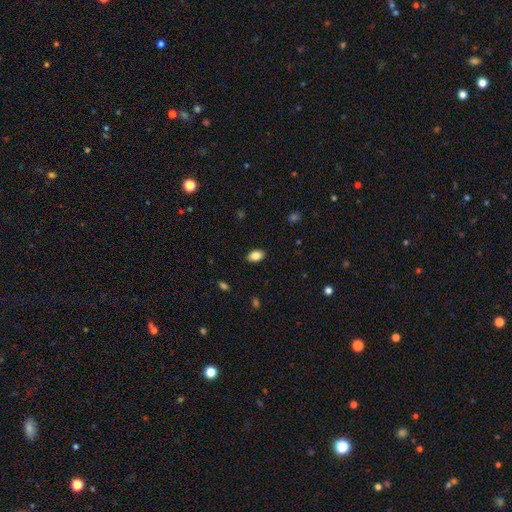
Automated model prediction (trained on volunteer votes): smooth_or_featured: smooth (p=0.85) [alt: star or artifact p=0.08]
how_rounded: in between (p=0.89) [alt: round p=0.09]
merging: none (p=0.87) [alt: minor disturbance p=0.10]